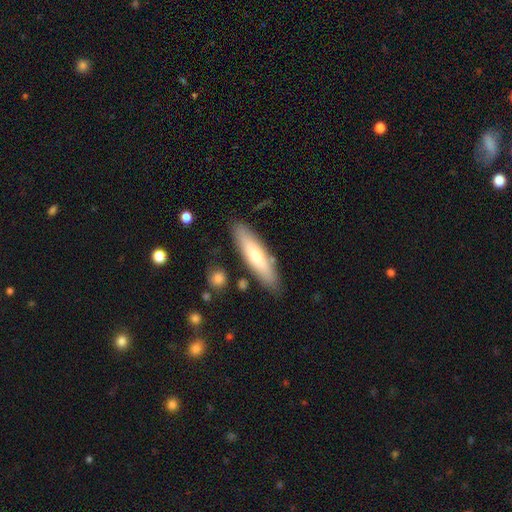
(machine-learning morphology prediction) This is likely a smooth galaxy (64%). How rounded: likely cigar-shaped (73%). Merging: clearly none (84%).